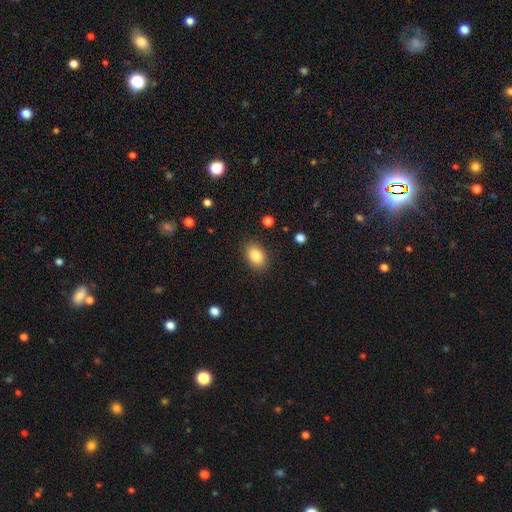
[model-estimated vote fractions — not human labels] Q: Smooth or featured?
A: smooth (85%); runner-up: star or artifact (8%)
Q: How rounded?
A: in between (81%); runner-up: round (17%)
Q: Merging?
A: none (87%); runner-up: minor disturbance (9%)